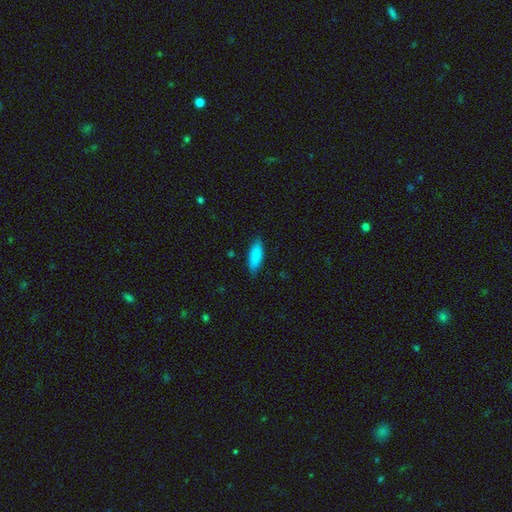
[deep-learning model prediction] Morphology: type=smooth (87%); roundness=in between (63%); merging=none (86%).